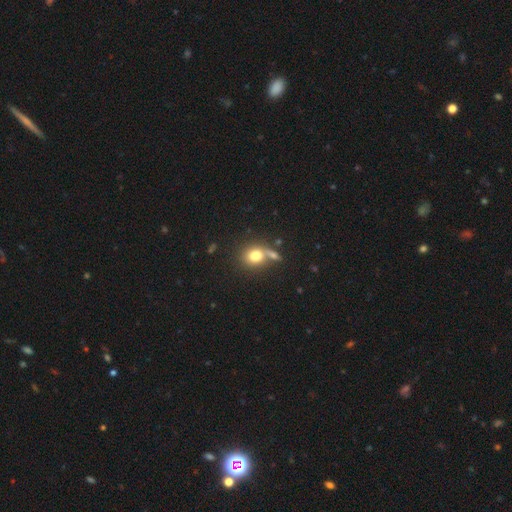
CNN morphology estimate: type=smooth (77%); roundness=round (70%); merging=none (52%).